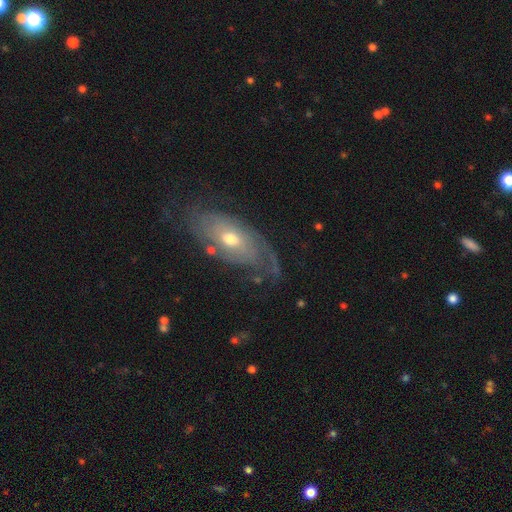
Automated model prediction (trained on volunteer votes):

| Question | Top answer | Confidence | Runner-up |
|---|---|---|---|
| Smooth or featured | featured or disk | 76% | smooth (16%) |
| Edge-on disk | no | 87% | yes (13%) |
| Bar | no | 77% | weak (19%) |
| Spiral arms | yes | 84% | no (16%) |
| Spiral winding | tight | 56% | medium (30%) |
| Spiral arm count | can't tell | 45% | 2 (29%) |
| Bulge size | moderate | 59% | small (36%) |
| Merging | none | 66% | minor disturbance (20%) |